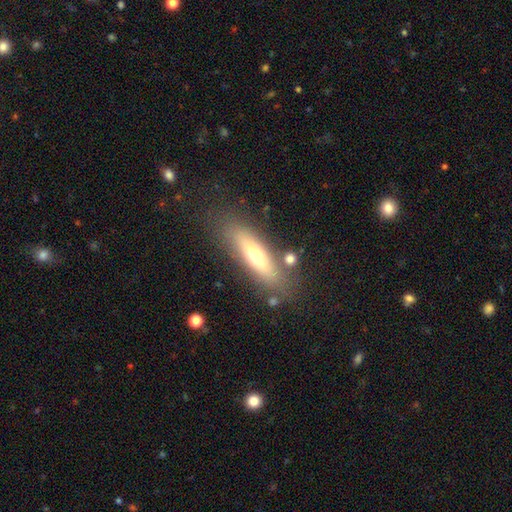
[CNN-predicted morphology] Smooth or featured? smooth (54%)
How rounded? cigar-shaped (66%)
Merging? none (79%)